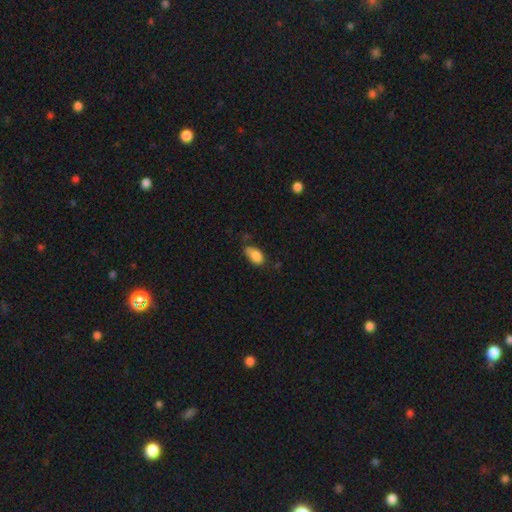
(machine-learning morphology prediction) smooth 83%, star or artifact 9%, featured or disk 8%. Down the decision tree: how rounded — in between (87%); merging — none (40%, tied with minor disturbance).